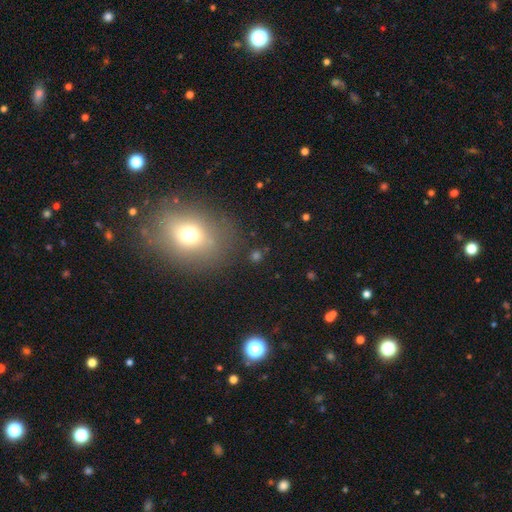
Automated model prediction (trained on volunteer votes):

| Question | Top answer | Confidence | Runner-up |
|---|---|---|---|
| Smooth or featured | smooth | 55% | star or artifact (30%) |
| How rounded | round | 64% | in between (33%) |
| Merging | none | 75% | minor disturbance (12%) |